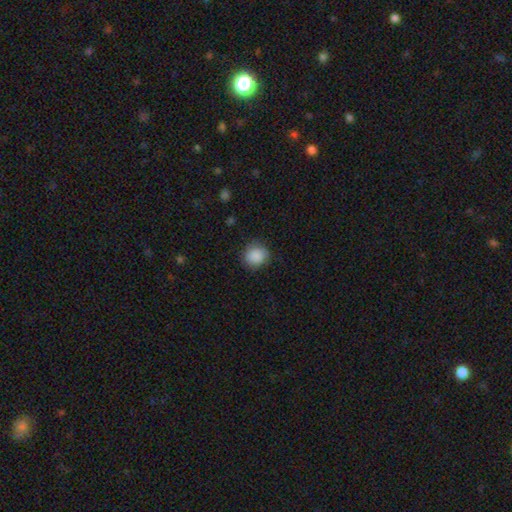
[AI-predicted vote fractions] smooth-or-featured: smooth: 88% | star or artifact: 8% | featured or disk: 4%
  how-rounded: round: 83% | in between: 16% | cigar-shaped: 1%
  merging: none: 82% | minor disturbance: 13% | major disturbance: 4% | merger: 1%